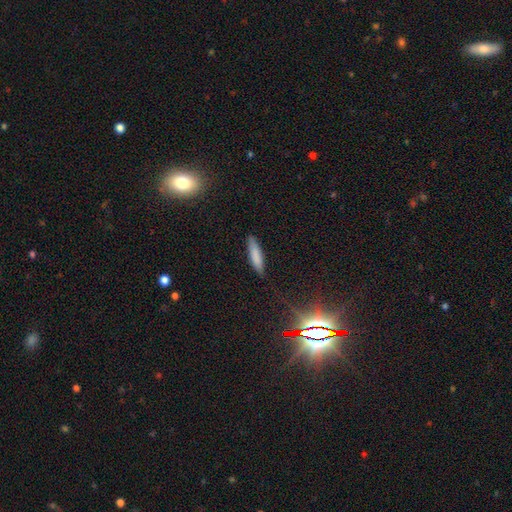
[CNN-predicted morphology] This appears to be a smooth galaxy with no disk features (82%) that is cigar-shaped (77%). Merging: none (85%).